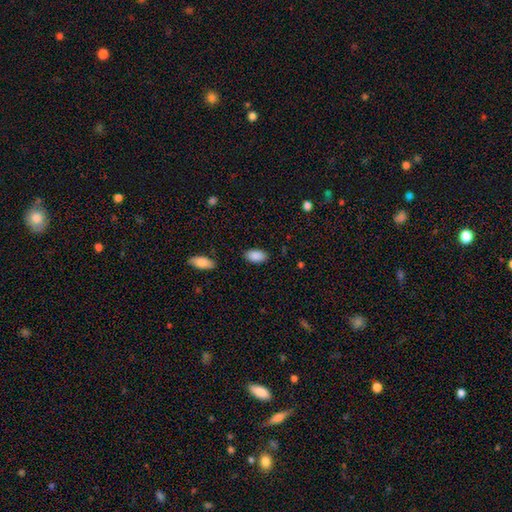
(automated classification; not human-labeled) Smooth or featured?
  - smooth: 89% *
  - star or artifact: 7%
  - featured or disk: 4%
How rounded?
  - in between: 94% *
  - round: 4%
  - cigar-shaped: 2%
Merging?
  - none: 86% *
  - minor disturbance: 10%
  - major disturbance: 3%
  - merger: 2%